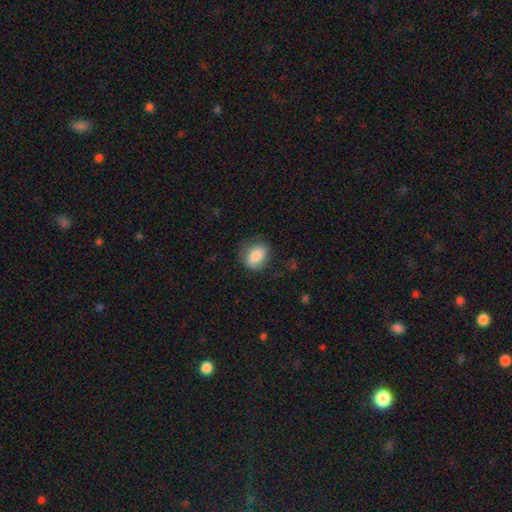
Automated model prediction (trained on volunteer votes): A smooth galaxy with no disk features (83%) that is in between round and cigar-shaped (65%).

Vote fractions:
- Smooth or featured? smooth: 83% / featured or disk: 9% / star or artifact: 7%
- How rounded? in between: 65% / round: 34% / cigar-shaped: 1%
- Merging? none: 68% / minor disturbance: 22% / major disturbance: 8% / merger: 1%